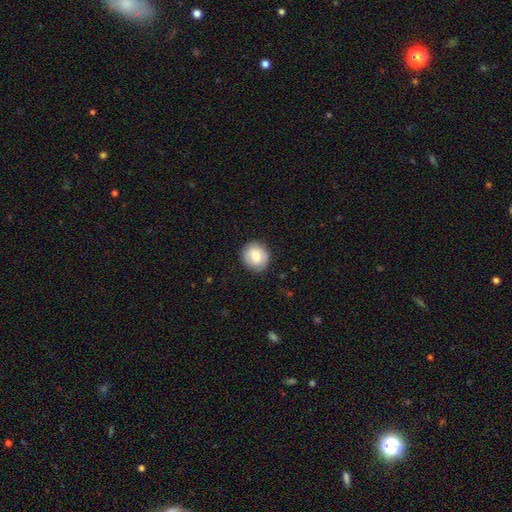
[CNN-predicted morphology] Smooth or featured? Predicted: smooth (p=0.77). How rounded? Predicted: round (p=0.88). Merging? Predicted: none (p=0.87).